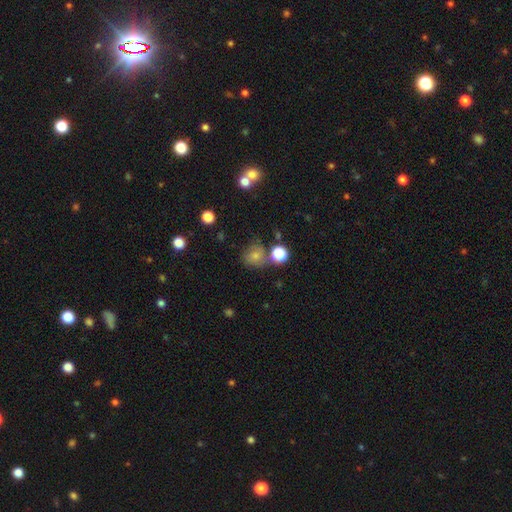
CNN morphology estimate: smooth-or-featured: smooth: 69% | star or artifact: 16% | featured or disk: 15%
  how-rounded: round: 78% | in between: 21% | cigar-shaped: 1%
  merging: none: 59% | minor disturbance: 18% | merger: 15% | major disturbance: 8%